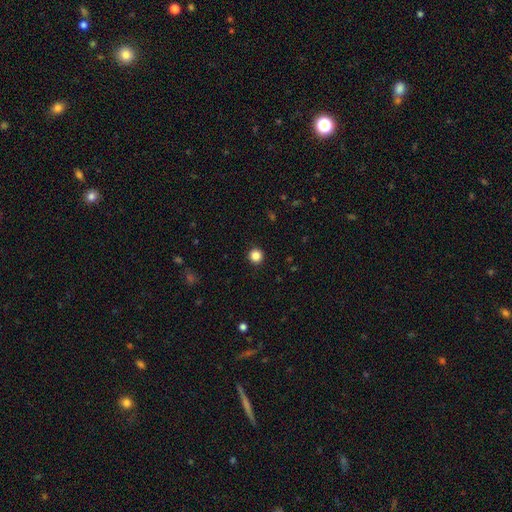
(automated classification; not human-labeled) Smooth or featured?
  - smooth: 87% *
  - star or artifact: 11%
  - featured or disk: 3%
How rounded?
  - round: 95% *
  - in between: 4%
  - cigar-shaped: 1%
Merging?
  - none: 93% *
  - minor disturbance: 4%
  - major disturbance: 2%
  - merger: 1%